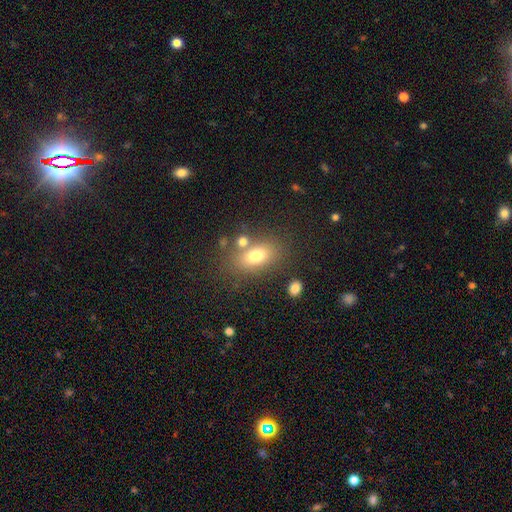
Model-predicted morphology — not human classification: This is likely a smooth galaxy (74%). How rounded: clearly in between (80%). Merging: likely none (65%).